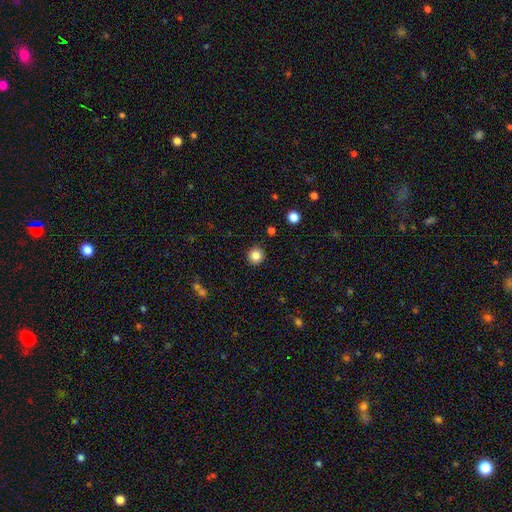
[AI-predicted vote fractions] The model was most divided on "smooth or featured": smooth: 84%, star or artifact: 11%, featured or disk: 5%. More confident: how rounded — round (94%); merging — none (92%).